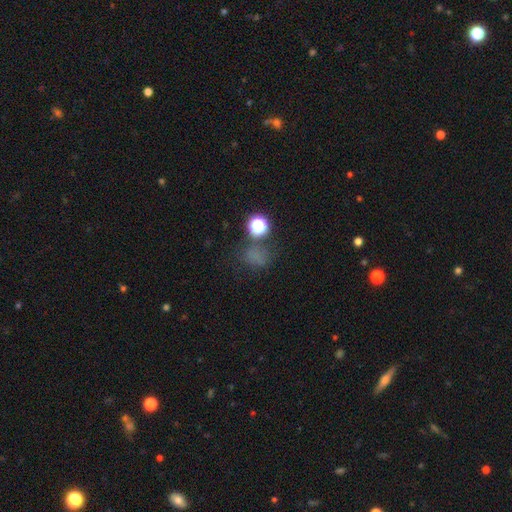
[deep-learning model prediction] smooth_or_featured: smooth (p=0.52) [alt: star or artifact p=0.37]
how_rounded: round (p=0.66) [alt: in between p=0.32]
merging: none (p=0.57) [alt: minor disturbance p=0.18]